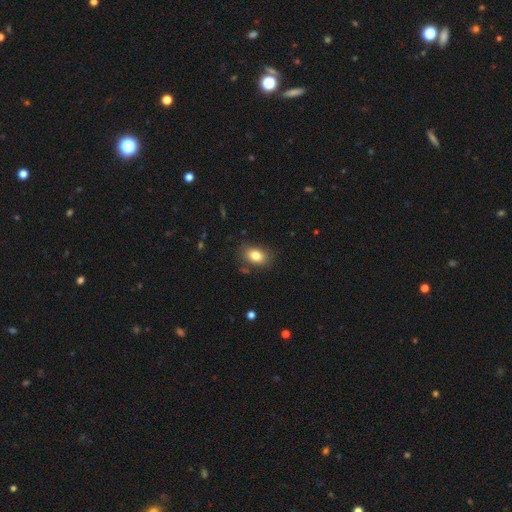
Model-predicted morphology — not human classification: type=smooth (81%); roundness=in between (80%); merging=none (82%).